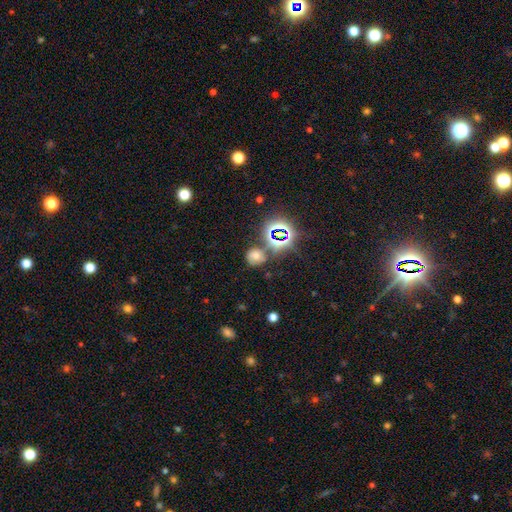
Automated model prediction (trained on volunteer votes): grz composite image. It shows a smooth galaxy with no disk features (51%) that is round (77%). Merging: none (66%).